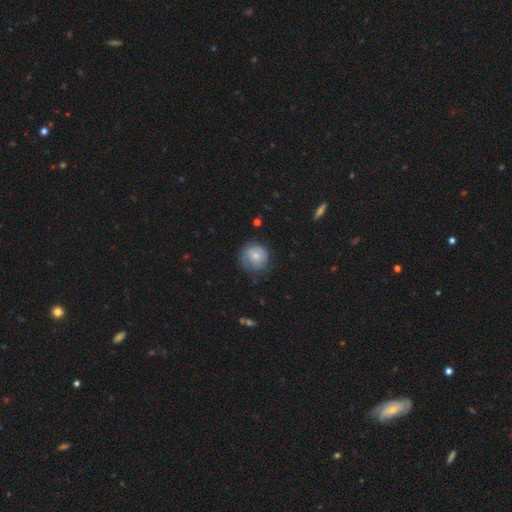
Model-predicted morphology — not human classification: type=smooth (60%); roundness=round (86%); merging=none (57%).